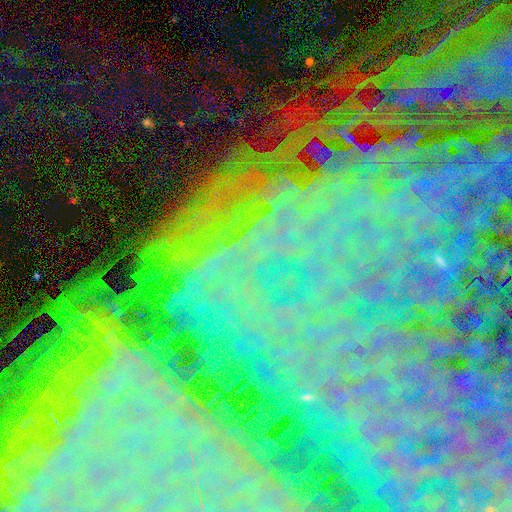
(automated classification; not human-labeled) The model was most divided on "smooth or featured": star or artifact: 75%, featured or disk: 15%, smooth: 9%.